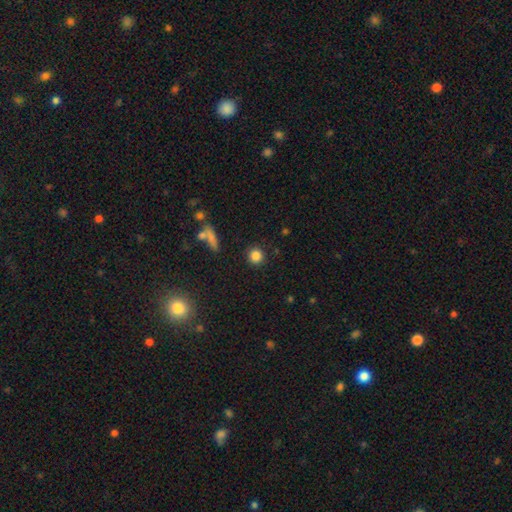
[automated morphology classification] Smooth or featured?
  - smooth: 85% *
  - star or artifact: 11%
  - featured or disk: 5%
How rounded?
  - round: 91% *
  - in between: 8%
  - cigar-shaped: 2%
Merging?
  - none: 89% *
  - minor disturbance: 6%
  - major disturbance: 2%
  - merger: 2%